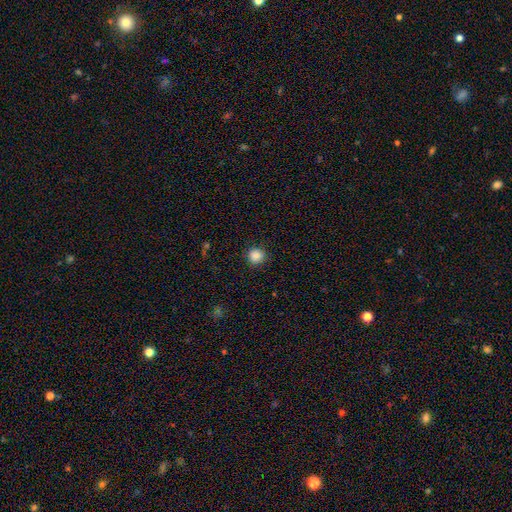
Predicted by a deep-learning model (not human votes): smooth-or-featured: smooth: 87% | star or artifact: 10% | featured or disk: 3%
  how-rounded: round: 90% | in between: 9% | cigar-shaped: 1%
  merging: none: 89% | minor disturbance: 8% | major disturbance: 2% | merger: 1%